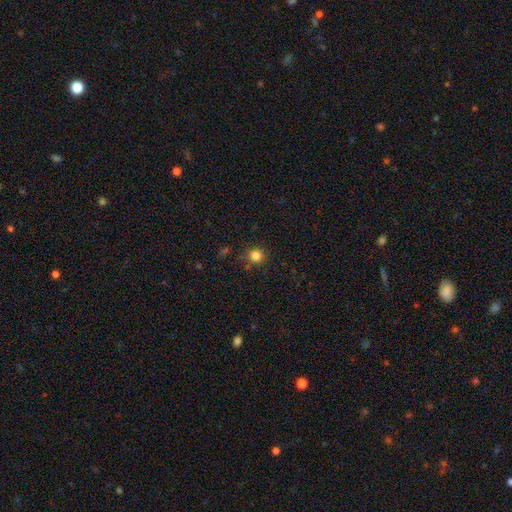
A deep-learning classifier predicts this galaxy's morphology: smooth_or_featured: smooth (p=0.82) [alt: star or artifact p=0.13]
how_rounded: round (p=0.93) [alt: in between p=0.06]
merging: none (p=0.83) [alt: minor disturbance p=0.10]